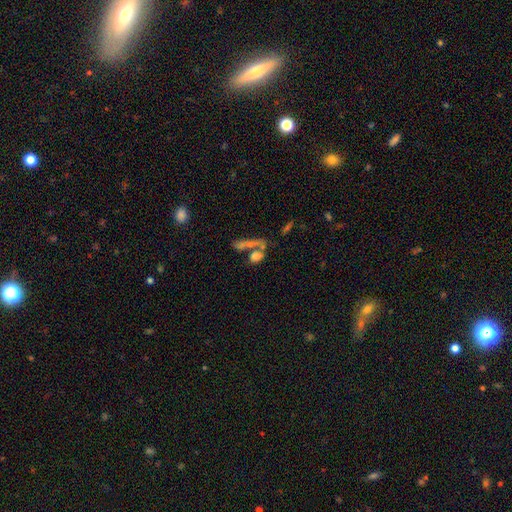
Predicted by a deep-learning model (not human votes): smooth_or_featured: smooth (p=0.66) [alt: featured or disk p=0.20]
how_rounded: in between (p=0.63) [alt: round p=0.20]
merging: merger (p=0.50) [alt: none p=0.31]